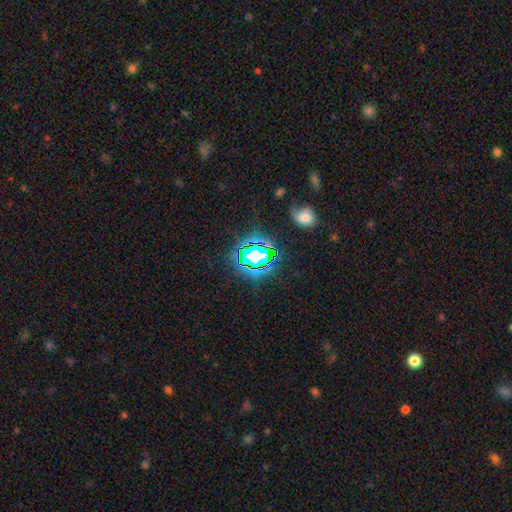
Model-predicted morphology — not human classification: smooth_or_featured: star or artifact (p=0.71) [alt: smooth p=0.17]